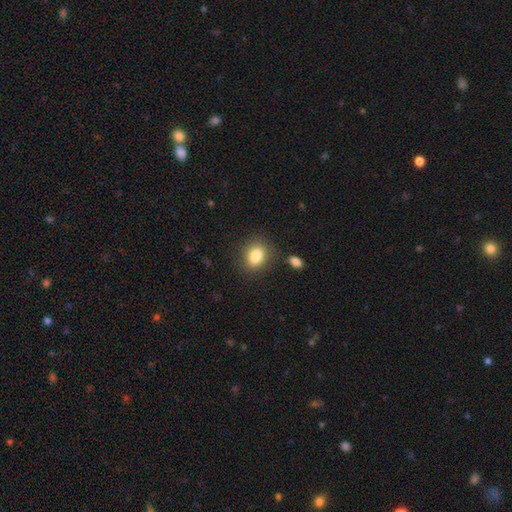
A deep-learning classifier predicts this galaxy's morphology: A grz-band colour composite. It shows a smooth galaxy with no disk features (84%) that is in between round and cigar-shaped (54%). Merging: none (82%).